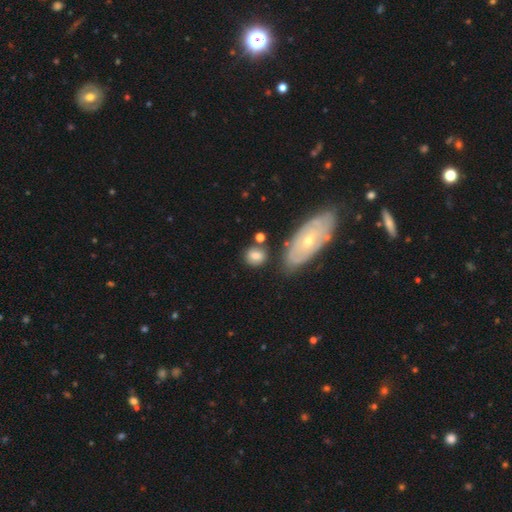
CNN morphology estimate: Smooth or featured?
  - smooth: 73% *
  - featured or disk: 19%
  - star or artifact: 8%
How rounded?
  - round: 60% *
  - in between: 38%
  - cigar-shaped: 3%
Merging?
  - none: 65% *
  - minor disturbance: 18%
  - merger: 11%
  - major disturbance: 6%